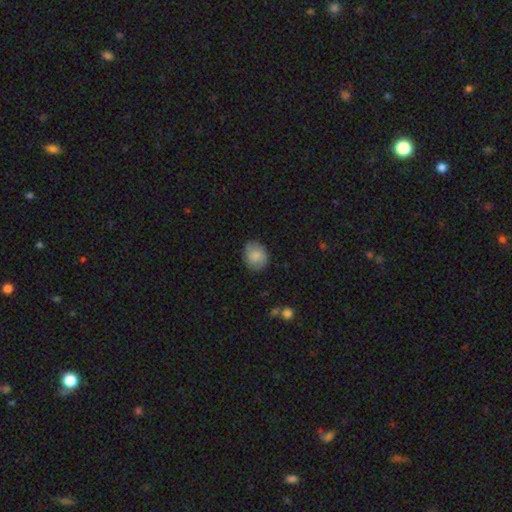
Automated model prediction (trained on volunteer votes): Q: Smooth or featured?
A: smooth (77%); runner-up: featured or disk (15%)
Q: How rounded?
A: round (58%); runner-up: in between (41%)
Q: Merging?
A: none (79%); runner-up: minor disturbance (16%)